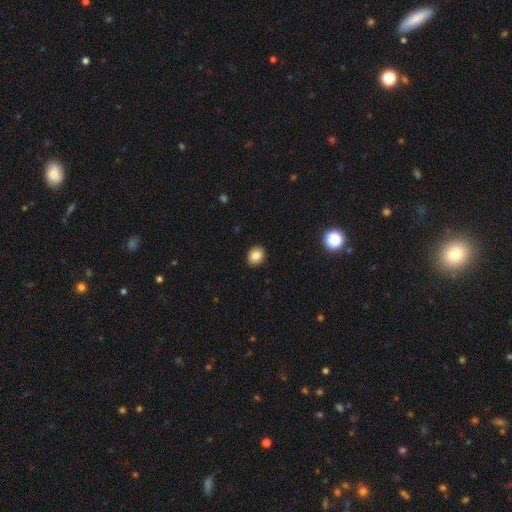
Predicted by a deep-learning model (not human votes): A smooth galaxy with no disk features (85%) that is round (56%).

Vote fractions:
- Smooth or featured? smooth: 85% / star or artifact: 9% / featured or disk: 5%
- How rounded? round: 56% / in between: 43% / cigar-shaped: 1%
- Merging? none: 91% / minor disturbance: 7% / major disturbance: 2% / merger: 1%